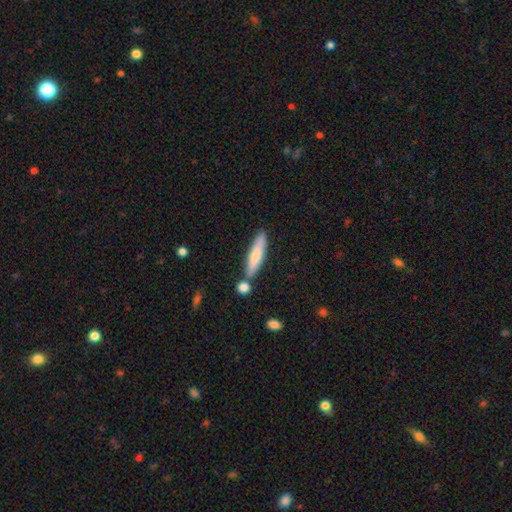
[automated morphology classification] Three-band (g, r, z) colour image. It shows a smooth galaxy with no disk features (71%) that is cigar-shaped (84%). Merging: none (74%).